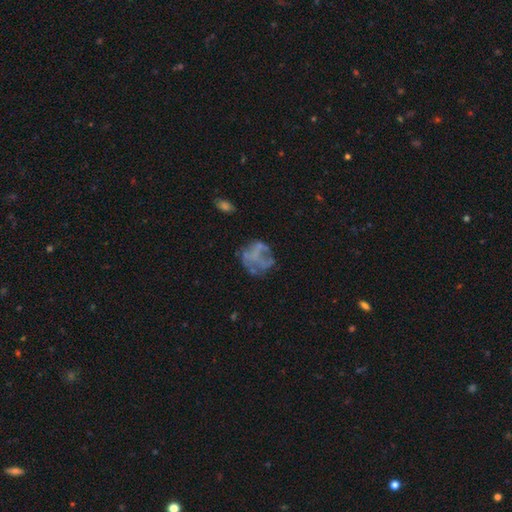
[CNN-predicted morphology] Smooth or featured: featured or disk — 53% (smooth — 32%)
Edge-on disk: no — 98% (yes — 2%)
Bar: no — 89% (weak — 8%)
Spiral arms: no — 86% (yes — 14%)
Bulge size: none — 81% (small — 8%)
Merging: none — 49% (major disturbance — 26%)